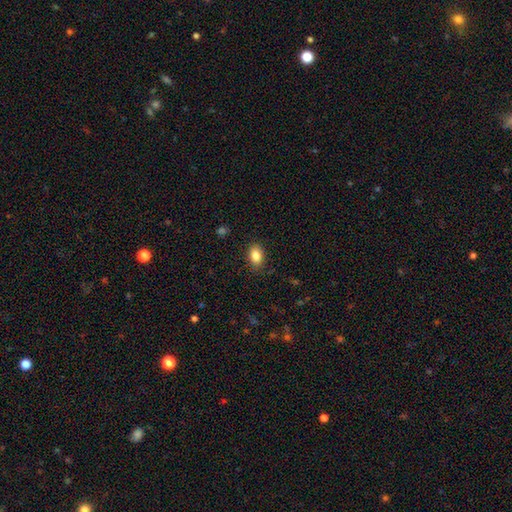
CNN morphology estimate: This appears to be a smooth galaxy with no disk features (86%) that is in between round and cigar-shaped (85%). Merging: none (87%).